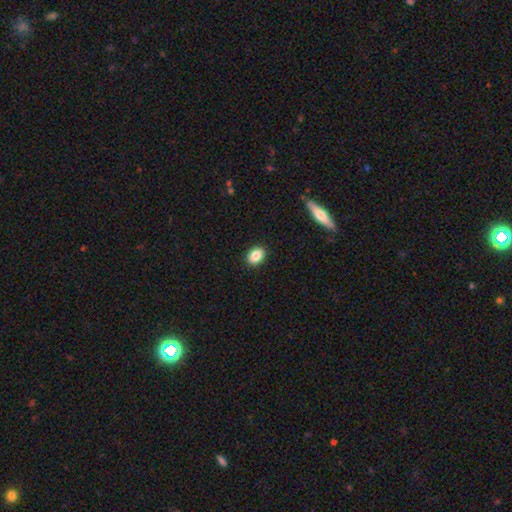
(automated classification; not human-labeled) This is clearly a smooth galaxy (87%). How rounded: likely in between (75%). Merging: clearly none (91%).